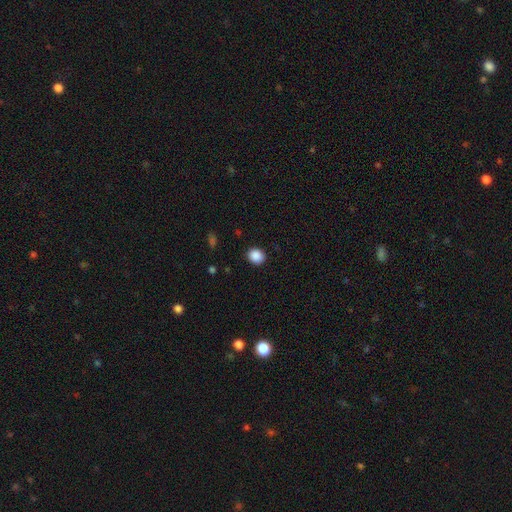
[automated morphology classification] This appears to be a smooth galaxy with no disk features (89%) that is round (73%). Merging: none (90%).